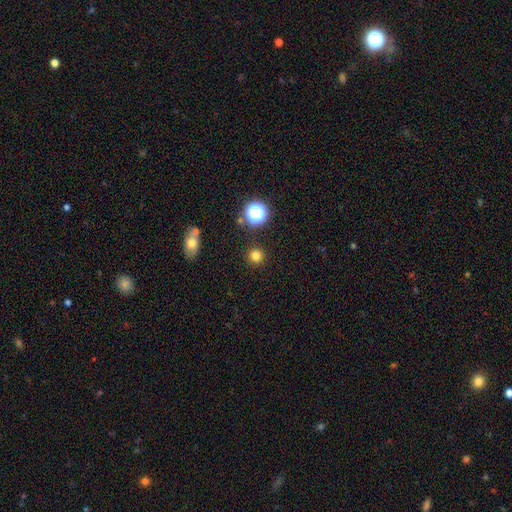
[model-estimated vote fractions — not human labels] A smooth galaxy with no disk features (79%) that is round (94%).

Vote fractions:
- Smooth or featured? smooth: 79% / star or artifact: 16% / featured or disk: 5%
- How rounded? round: 94% / in between: 5% / cigar-shaped: 1%
- Merging? none: 90% / minor disturbance: 5% / major disturbance: 2% / merger: 2%